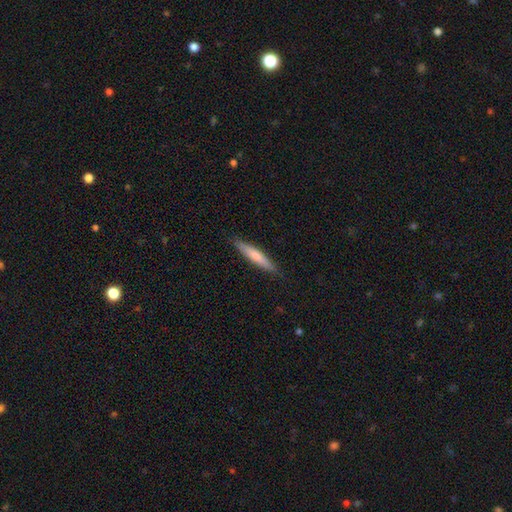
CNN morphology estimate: Smooth or featured: smooth — 66% (featured or disk — 28%)
How rounded: cigar-shaped — 90% (in between — 8%)
Merging: none — 89% (minor disturbance — 9%)